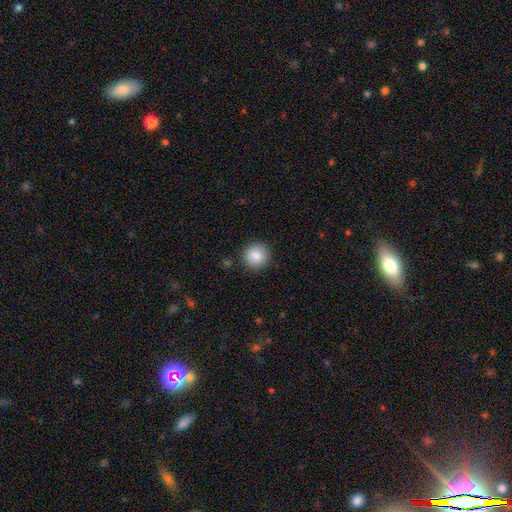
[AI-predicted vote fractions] Morphology: type=smooth (86%); roundness=round (92%); merging=none (90%).